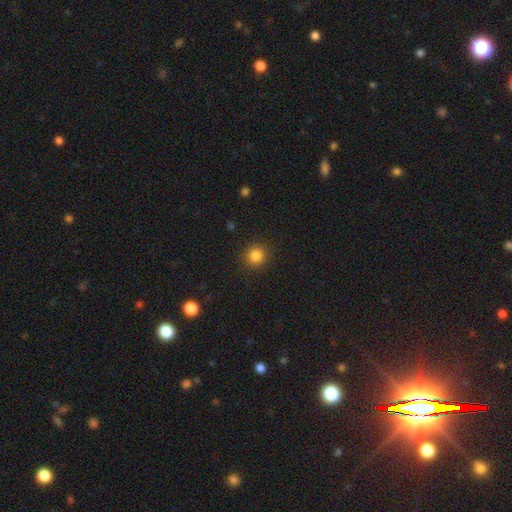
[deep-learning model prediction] This is clearly a smooth galaxy (84%). How rounded: clearly round (92%). Merging: clearly none (91%).